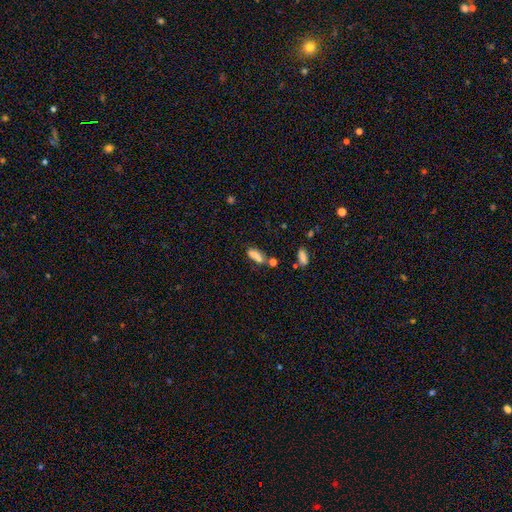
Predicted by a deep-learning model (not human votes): Q: Smooth or featured?
A: smooth (75%); runner-up: featured or disk (13%)
Q: How rounded?
A: in between (65%); runner-up: cigar-shaped (30%)
Q: Merging?
A: none (43%); runner-up: merger (30%)